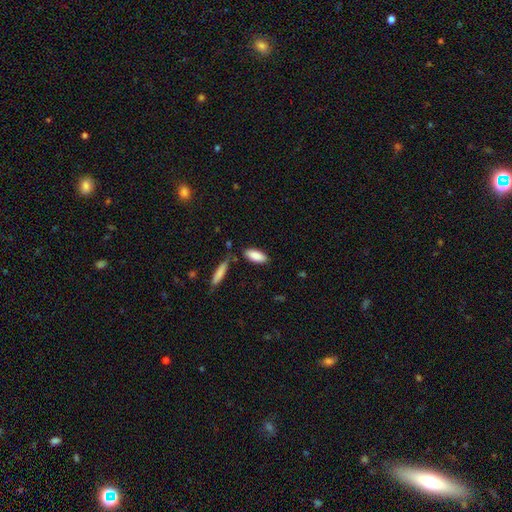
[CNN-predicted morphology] Smooth or featured? smooth (87%)
How rounded? in between (73%)
Merging? none (78%)